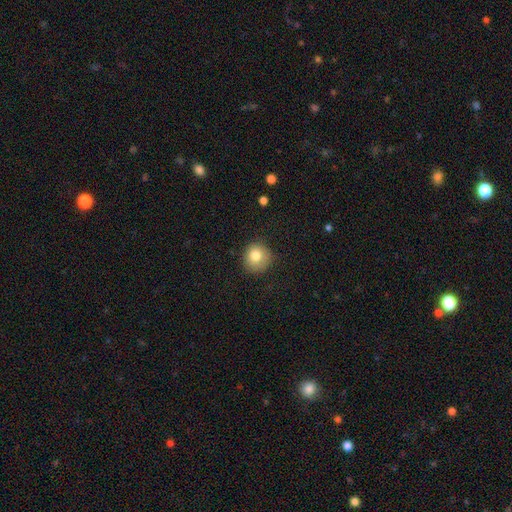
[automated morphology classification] Smooth or featured? Predicted: smooth (p=0.80). How rounded? Predicted: round (p=0.90). Merging? Predicted: none (p=0.80).